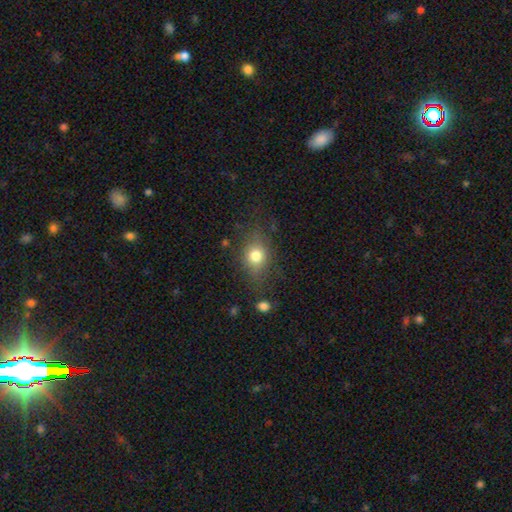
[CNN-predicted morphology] Smooth or featured?
  - smooth: 75% *
  - featured or disk: 13%
  - star or artifact: 12%
How rounded?
  - in between: 53% *
  - round: 44%
  - cigar-shaped: 3%
Merging?
  - none: 70% *
  - minor disturbance: 19%
  - major disturbance: 9%
  - merger: 3%